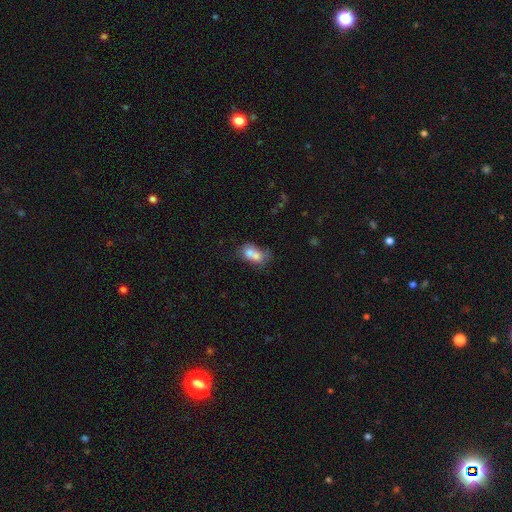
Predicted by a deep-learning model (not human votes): A smooth galaxy with no disk features (70%) that is in between round and cigar-shaped (74%). Merging: merger (61%).